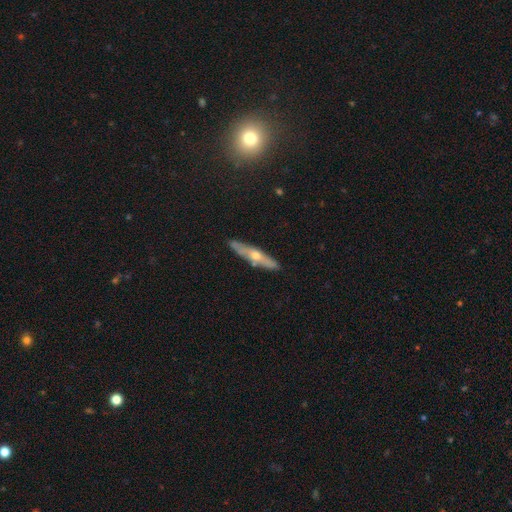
Smooth or featured? featured or disk (68%)
Edge-on disk? yes (81%)
Edge-on bulge? rounded (86%)
Merging? none (72%)